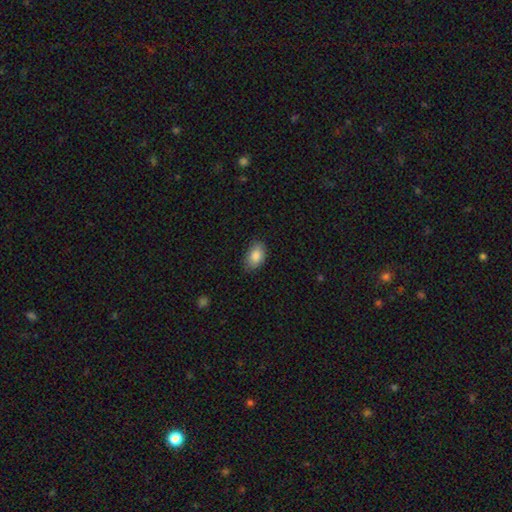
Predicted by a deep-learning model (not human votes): The model was most divided on "merging": none: 80%, minor disturbance: 16%, major disturbance: 3%, merger: 1%. More confident: how rounded — in between (91%); smooth or featured — smooth (87%).